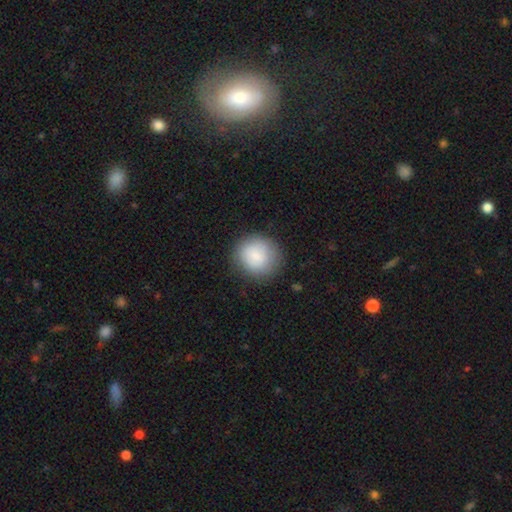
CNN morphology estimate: Smooth or featured?
  - smooth: 82% *
  - featured or disk: 11%
  - star or artifact: 7%
How rounded?
  - round: 87% *
  - in between: 12%
  - cigar-shaped: 1%
Merging?
  - none: 80% *
  - minor disturbance: 14%
  - major disturbance: 5%
  - merger: 1%